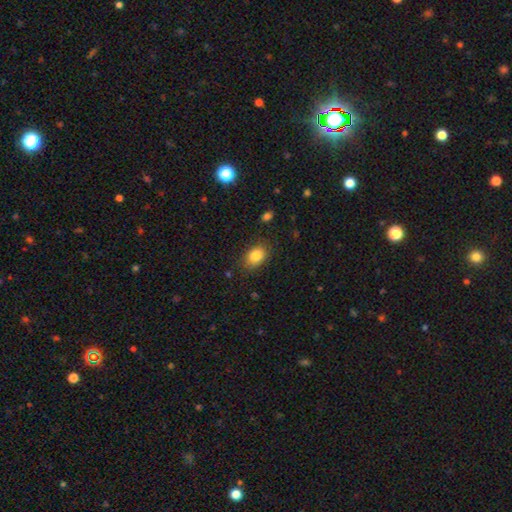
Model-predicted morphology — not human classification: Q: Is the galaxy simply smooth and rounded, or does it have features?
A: smooth — 85%.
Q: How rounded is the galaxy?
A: in between — 81%.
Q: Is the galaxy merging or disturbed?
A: none — 83%.